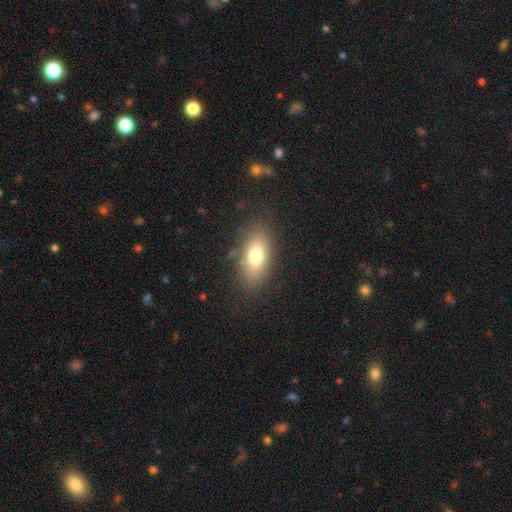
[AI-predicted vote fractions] smooth-or-featured: smooth: 73% | featured or disk: 17% | star or artifact: 10%
  how-rounded: in between: 84% | cigar-shaped: 8% | round: 8%
  merging: none: 78% | minor disturbance: 14% | major disturbance: 6% | merger: 2%